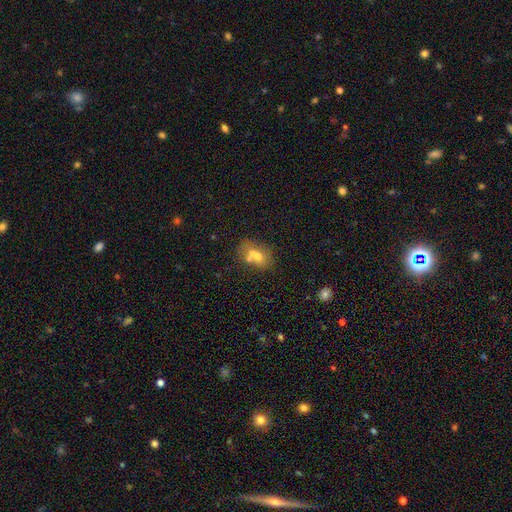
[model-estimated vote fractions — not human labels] A smooth galaxy with no disk features (58%) that is in between round and cigar-shaped (56%).

Vote fractions:
- Smooth or featured? smooth: 58% / featured or disk: 30% / star or artifact: 13%
- How rounded? in between: 56% / round: 42% / cigar-shaped: 2%
- Merging? merger: 52% / none: 31% / minor disturbance: 10% / major disturbance: 6%